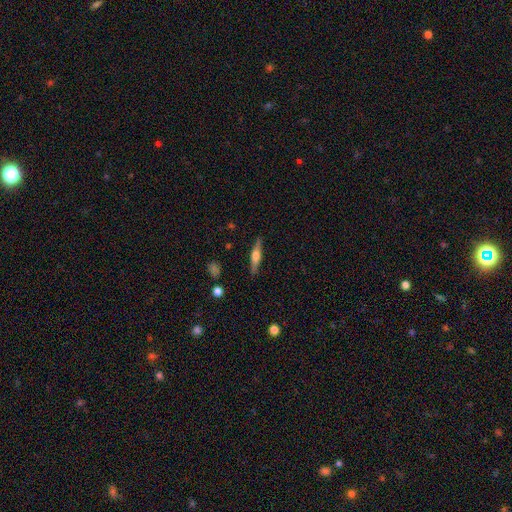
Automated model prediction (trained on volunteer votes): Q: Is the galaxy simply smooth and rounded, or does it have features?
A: featured or disk — 58%.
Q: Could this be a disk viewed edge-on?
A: yes — 96%.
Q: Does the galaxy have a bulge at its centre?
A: rounded — 83%.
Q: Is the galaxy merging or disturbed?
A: none — 87%.